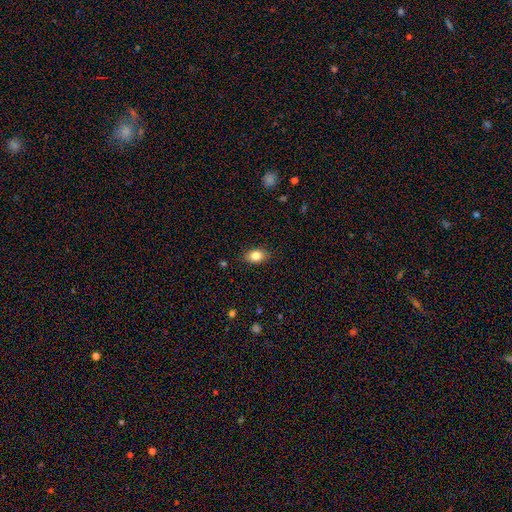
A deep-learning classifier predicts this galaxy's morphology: smooth 84%, star or artifact 9%, featured or disk 8%. Down the decision tree: how rounded — in between (82%); merging — none (86%).